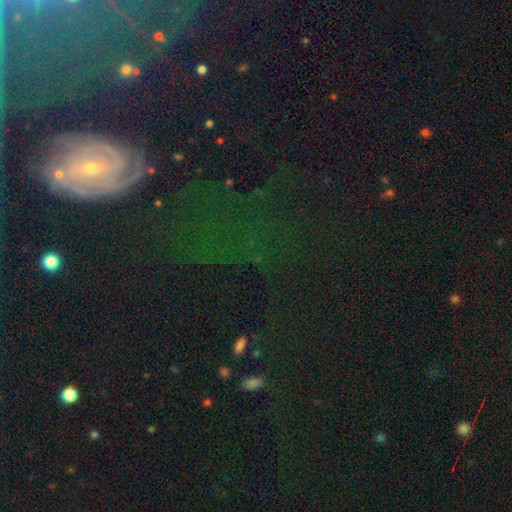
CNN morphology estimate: smooth_or_featured: star or artifact (p=0.46) [alt: featured or disk p=0.35]